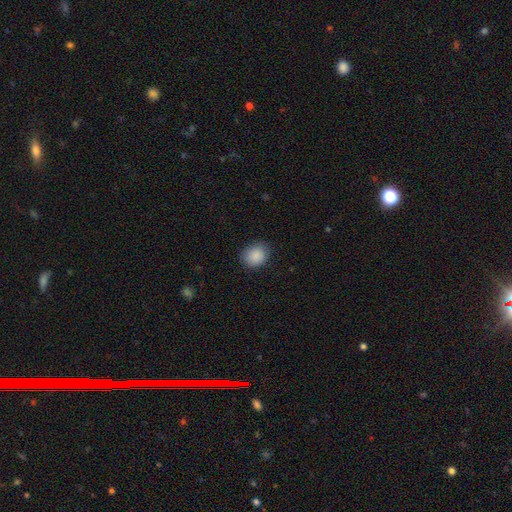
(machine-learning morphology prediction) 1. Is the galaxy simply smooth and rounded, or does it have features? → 89% smooth, 8% star or artifact, 3% featured or disk.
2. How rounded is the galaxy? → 62% round, 37% in between, 1% cigar-shaped.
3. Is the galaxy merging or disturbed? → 83% none, 12% minor disturbance, 3% major disturbance, 1% merger.